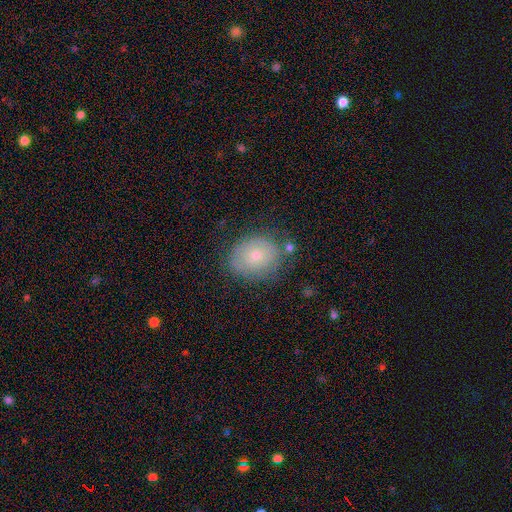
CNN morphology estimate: Overall: smooth (66%). How rounded: round (53%; in between 46%). Merging: none (72%).